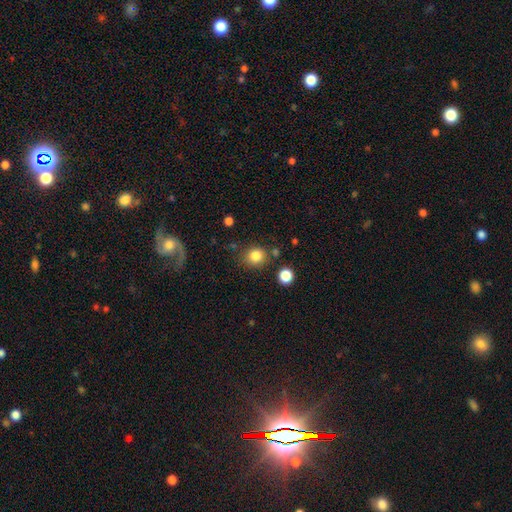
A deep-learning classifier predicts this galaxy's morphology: Smooth or featured? smooth (84%)
How rounded? round (82%)
Merging? none (78%)